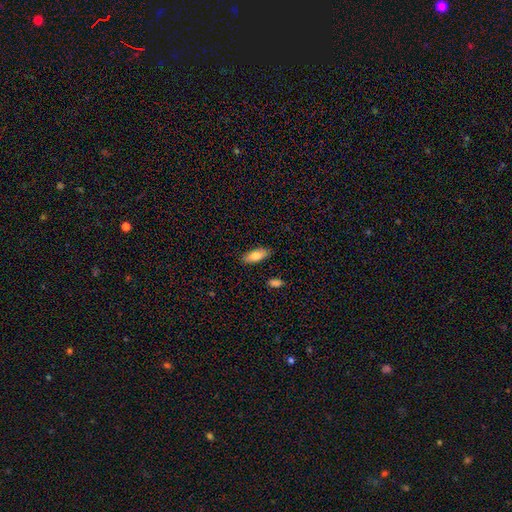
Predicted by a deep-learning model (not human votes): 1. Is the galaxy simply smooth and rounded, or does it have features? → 80% smooth, 14% featured or disk, 6% star or artifact.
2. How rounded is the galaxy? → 83% in between, 15% cigar-shaped, 2% round.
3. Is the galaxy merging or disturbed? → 86% none, 10% minor disturbance, 2% major disturbance, 2% merger.